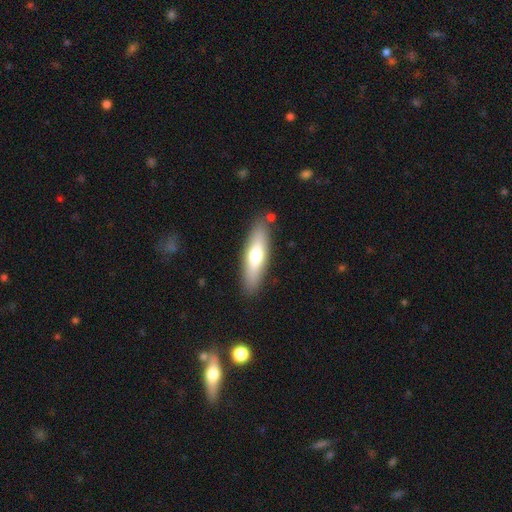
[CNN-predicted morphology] Smooth or featured? Predicted: smooth (p=0.61). How rounded? Predicted: cigar-shaped (p=0.61). Merging? Predicted: none (p=0.84).